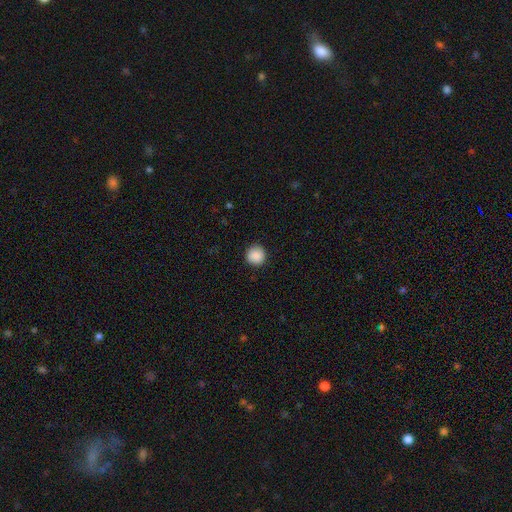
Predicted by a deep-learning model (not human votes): The model was most divided on "smooth or featured": smooth: 90%, star or artifact: 8%, featured or disk: 2%. More confident: how rounded — round (95%); merging — none (92%).